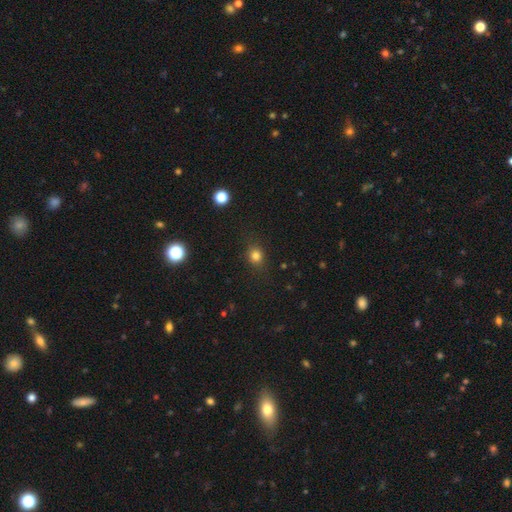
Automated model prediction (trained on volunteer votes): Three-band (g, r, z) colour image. It shows a smooth galaxy with no disk features (80%) that is round (72%). Merging: none (82%).